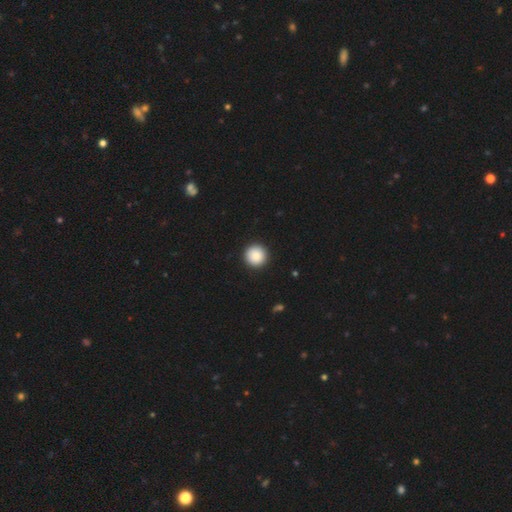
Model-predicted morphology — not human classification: Smooth or featured? smooth (89%)
How rounded? round (96%)
Merging? none (93%)